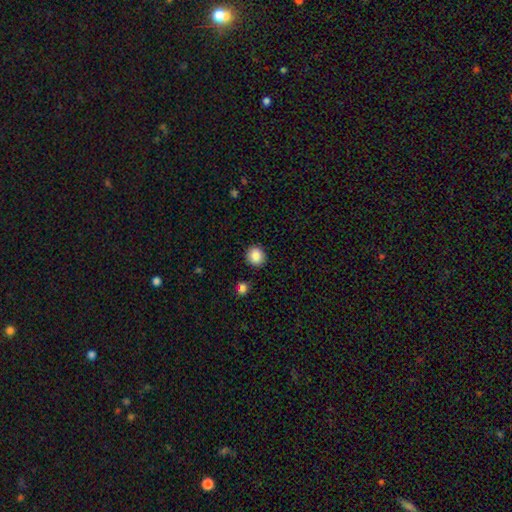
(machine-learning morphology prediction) smooth_or_featured: smooth (p=0.88) [alt: star or artifact p=0.09]
how_rounded: round (p=0.88) [alt: in between p=0.11]
merging: none (p=0.90) [alt: minor disturbance p=0.06]